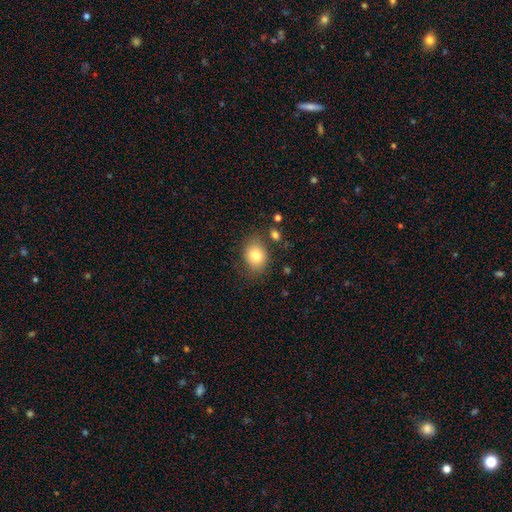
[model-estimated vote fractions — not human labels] Smooth or featured? Predicted: smooth (p=0.79). How rounded? Predicted: in between (p=0.51). Merging? Predicted: none (p=0.77).